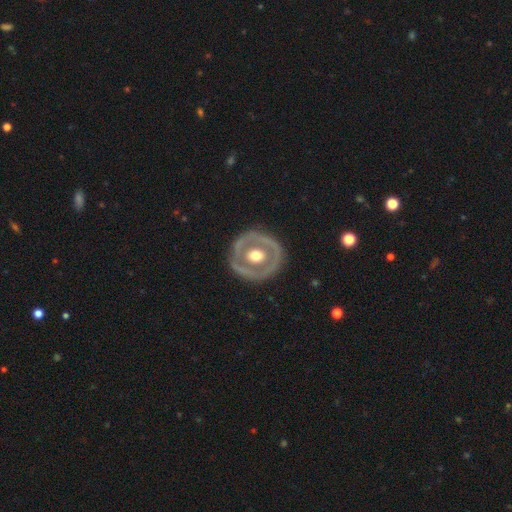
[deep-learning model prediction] Overall: featured or disk (65%; smooth 31%). Edge-on disk: no (94%). Bar: no (81%). Spiral arms: no (86%). Bulge size: moderate (71%). Merging: none (80%).